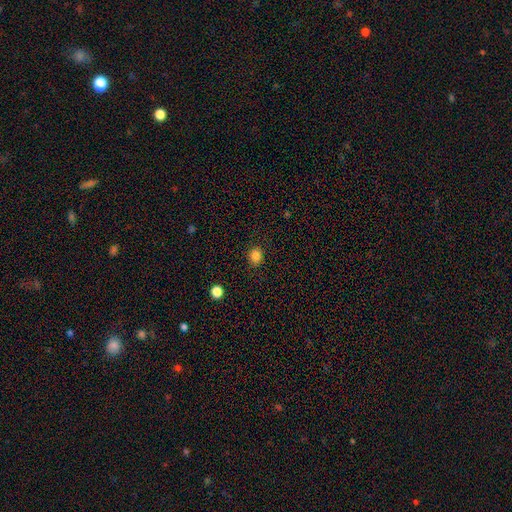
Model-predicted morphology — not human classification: Smooth or featured? Predicted: smooth (p=0.84). How rounded? Predicted: round (p=0.62). Merging? Predicted: none (p=0.88).